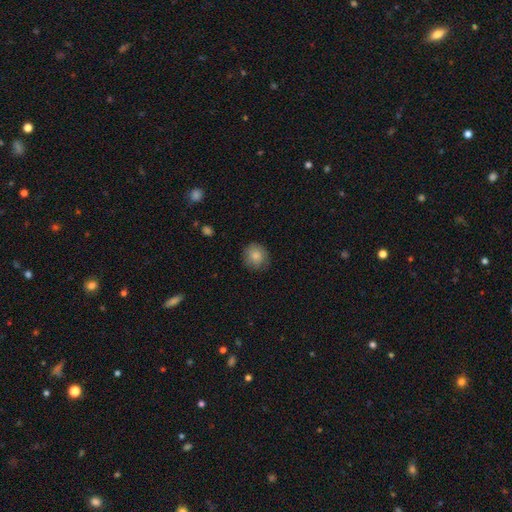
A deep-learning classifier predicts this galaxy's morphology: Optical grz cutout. It shows a smooth galaxy with no disk features (83%) that is round (87%). Merging: none (82%).